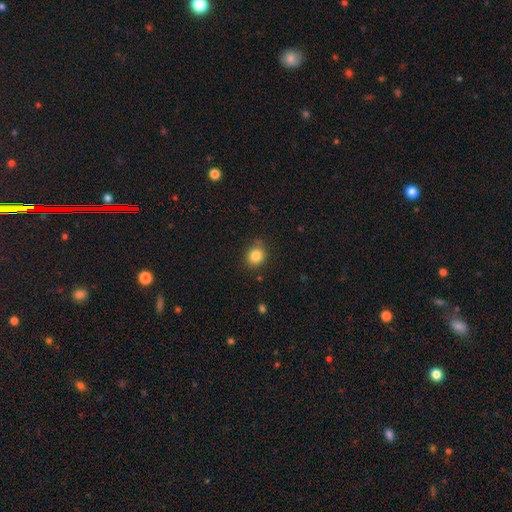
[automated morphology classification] The model was most divided on "how rounded": round: 77%, in between: 22%, cigar-shaped: 1%. More confident: smooth or featured — smooth (84%); merging — none (82%).